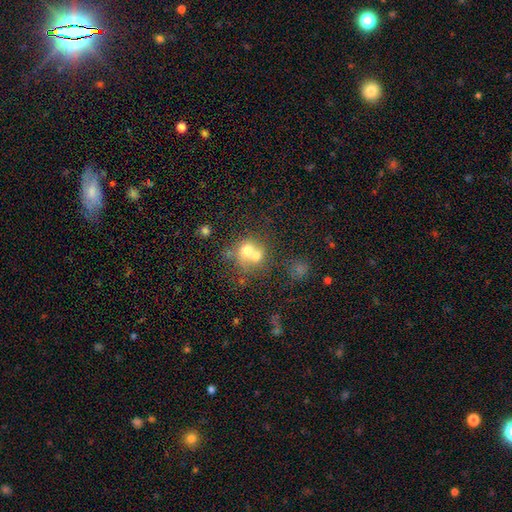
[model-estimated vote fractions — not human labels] smooth_or_featured: smooth (p=0.64) [alt: featured or disk p=0.23]
how_rounded: round (p=0.73) [alt: in between p=0.26]
merging: merger (p=0.63) [alt: none p=0.26]